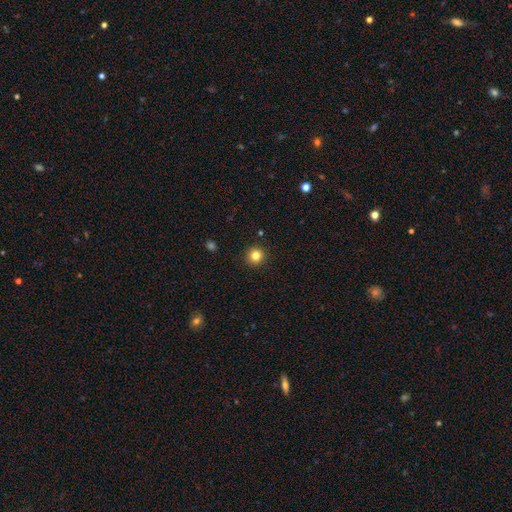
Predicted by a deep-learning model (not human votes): This is clearly a smooth galaxy (82%). How rounded: clearly round (95%). Merging: clearly none (92%).